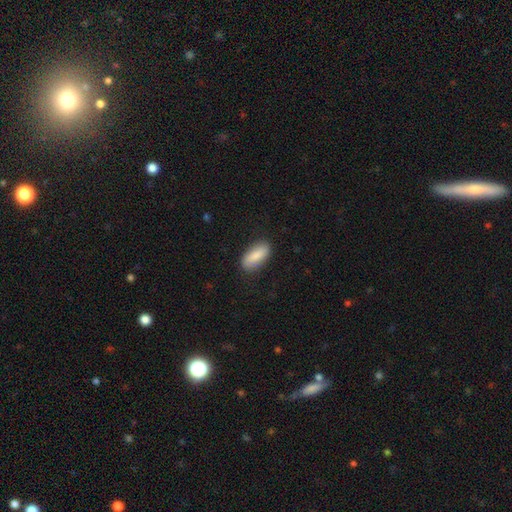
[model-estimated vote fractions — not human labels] This is clearly a smooth galaxy (81%). How rounded: clearly in between (83%). Merging: clearly none (82%).